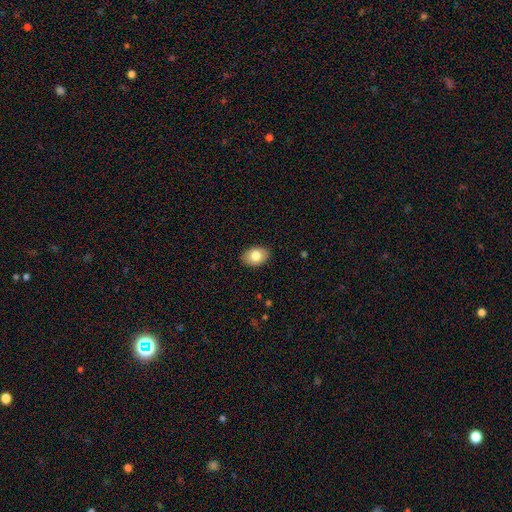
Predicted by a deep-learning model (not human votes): This appears to be a smooth galaxy with no disk features (80%) that is in between round and cigar-shaped (80%). Merging: none (88%).